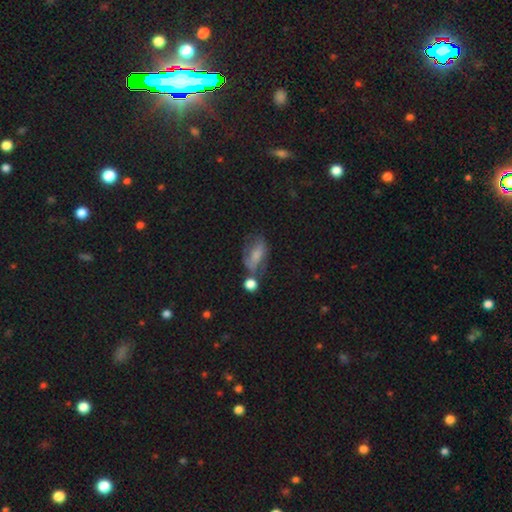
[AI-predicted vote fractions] smooth_or_featured: smooth (p=0.52) [alt: featured or disk p=0.37]
how_rounded: in between (p=0.85) [alt: round p=0.11]
merging: none (p=0.37) [alt: minor disturbance p=0.26]